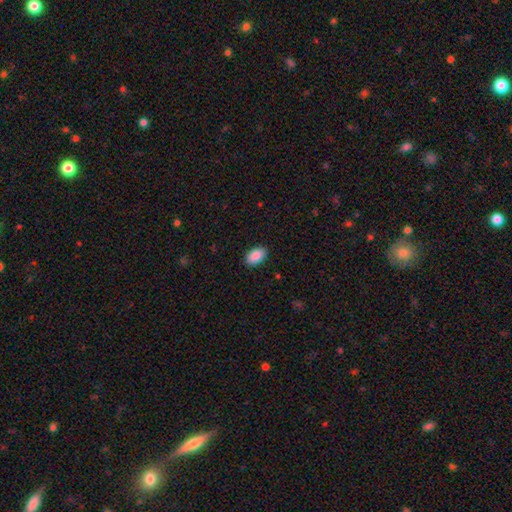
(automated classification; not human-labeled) Smooth or featured? smooth (90%)
How rounded? in between (92%)
Merging? none (89%)